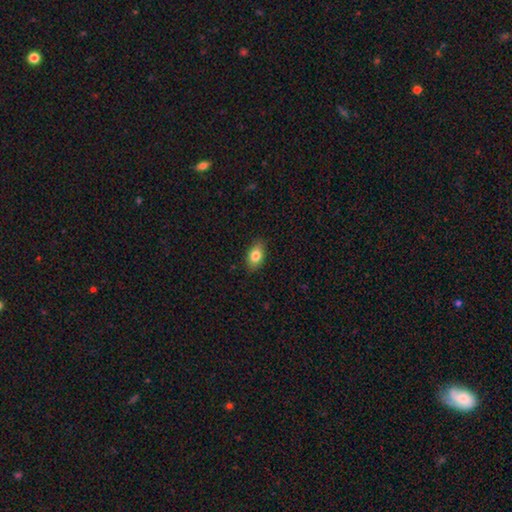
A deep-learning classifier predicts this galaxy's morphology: type=smooth (81%); roundness=in between (85%); merging=none (85%).